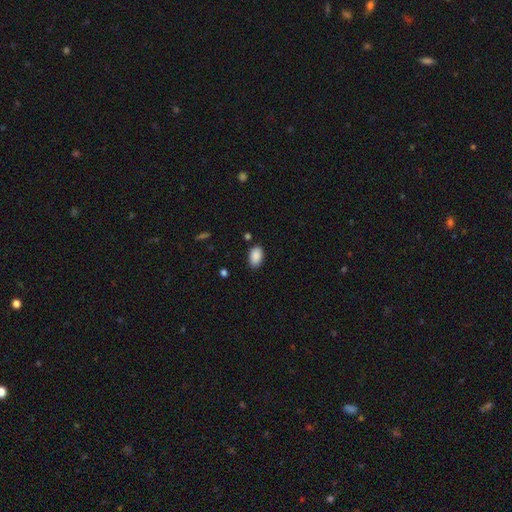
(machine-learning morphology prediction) A smooth galaxy with no disk features (90%) that is in between round and cigar-shaped (92%).

Vote fractions:
- Smooth or featured? smooth: 90% / star or artifact: 7% / featured or disk: 3%
- How rounded? in between: 92% / round: 6% / cigar-shaped: 1%
- Merging? none: 84% / minor disturbance: 12% / major disturbance: 3% / merger: 2%